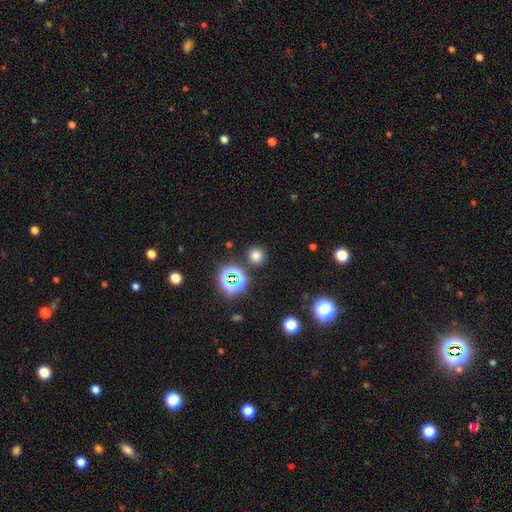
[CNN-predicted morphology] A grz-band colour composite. It shows a smooth galaxy with no disk features (70%) that is round (92%). Merging: none (86%).